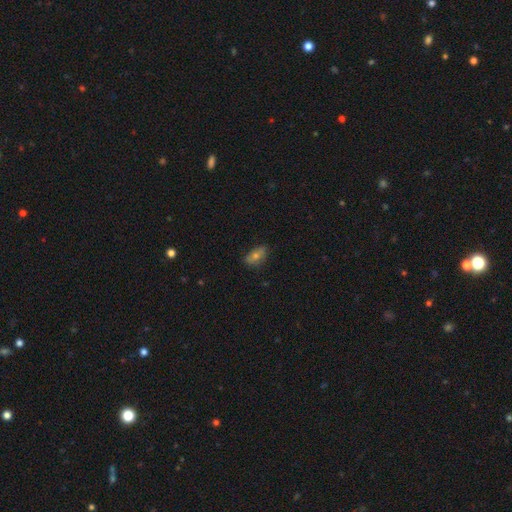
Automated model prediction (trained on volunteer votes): Smooth or featured?
  - smooth: 56% *
  - featured or disk: 29%
  - star or artifact: 14%
How rounded?
  - in between: 83% *
  - round: 12%
  - cigar-shaped: 4%
Merging?
  - none: 74% *
  - minor disturbance: 20%
  - major disturbance: 4%
  - merger: 2%